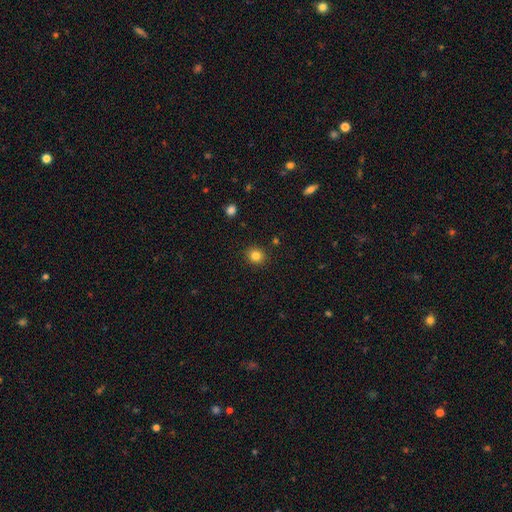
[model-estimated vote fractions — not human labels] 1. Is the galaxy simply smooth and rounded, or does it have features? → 83% smooth, 12% star or artifact, 5% featured or disk.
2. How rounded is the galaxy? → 86% round, 13% in between, 1% cigar-shaped.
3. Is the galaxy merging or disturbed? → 91% none, 6% minor disturbance, 2% major disturbance, 1% merger.